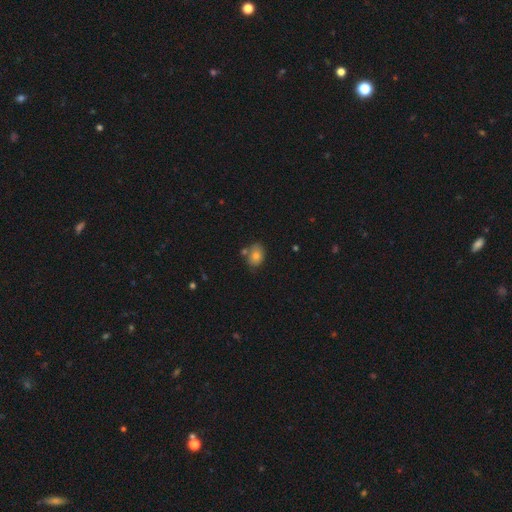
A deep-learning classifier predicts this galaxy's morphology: A smooth galaxy with no disk features (78%) that is in between round and cigar-shaped (67%).

Vote fractions:
- Smooth or featured? smooth: 78% / featured or disk: 12% / star or artifact: 10%
- How rounded? in between: 67% / round: 32% / cigar-shaped: 1%
- Merging? none: 67% / minor disturbance: 17% / merger: 12% / major disturbance: 4%